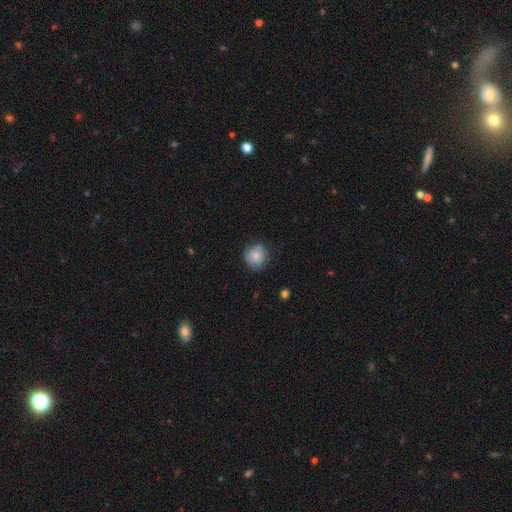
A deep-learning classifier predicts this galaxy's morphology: This is likely a smooth galaxy (78%). How rounded: clearly round (88%). Merging: likely none (72%).